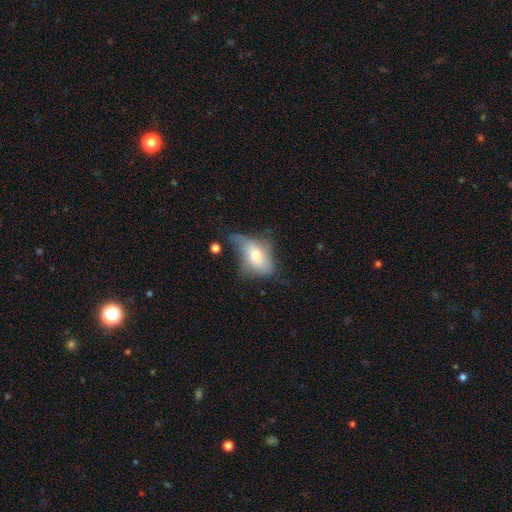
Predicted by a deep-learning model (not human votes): This is possibly a smooth galaxy (58%). How rounded: clearly in between (85%). Merging: marginally major disturbance (35%).